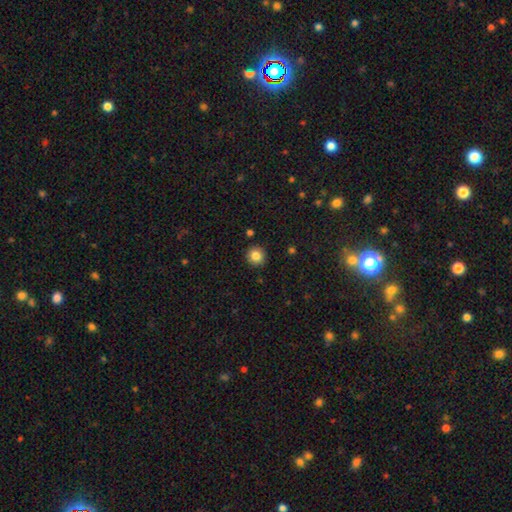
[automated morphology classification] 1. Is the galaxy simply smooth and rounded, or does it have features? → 84% smooth, 10% star or artifact, 6% featured or disk.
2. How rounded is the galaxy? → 93% round, 6% in between, 1% cigar-shaped.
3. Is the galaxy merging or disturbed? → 92% none, 5% minor disturbance, 2% major disturbance, 1% merger.